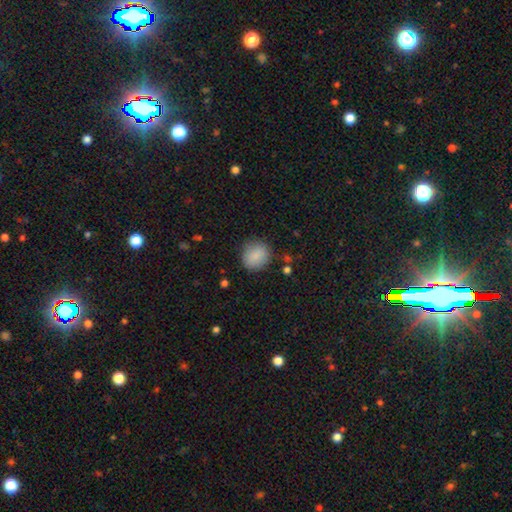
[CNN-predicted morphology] A smooth galaxy with no disk features (87%) that is round (79%). Merging: none (83%).